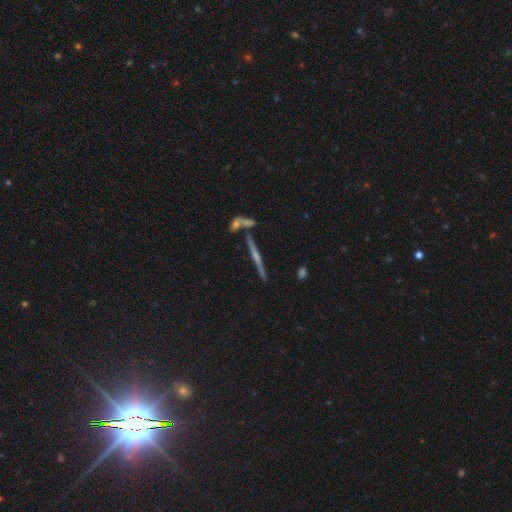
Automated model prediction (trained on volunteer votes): This is possibly a featured or disk galaxy (48%). Merging: likely none (65%).